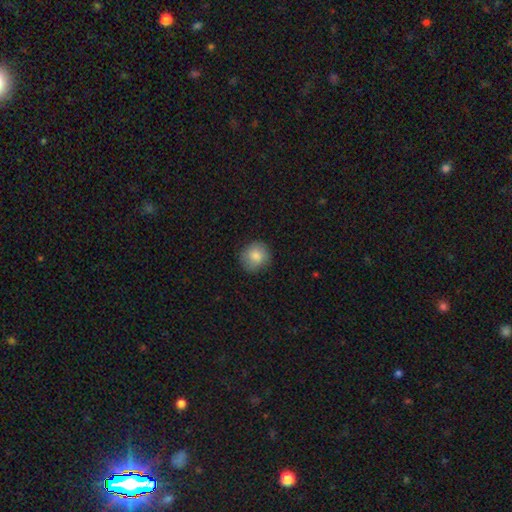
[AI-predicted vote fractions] Q: Smooth or featured?
A: smooth (84%); runner-up: featured or disk (8%)
Q: How rounded?
A: round (88%); runner-up: in between (11%)
Q: Merging?
A: none (85%); runner-up: minor disturbance (12%)